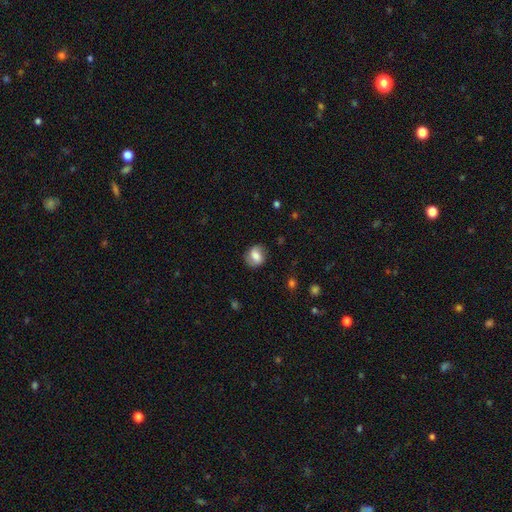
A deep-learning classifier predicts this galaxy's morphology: Q: Smooth or featured?
A: smooth (54%); runner-up: featured or disk (38%)
Q: How rounded?
A: round (59%); runner-up: in between (40%)
Q: Merging?
A: none (76%); runner-up: minor disturbance (16%)